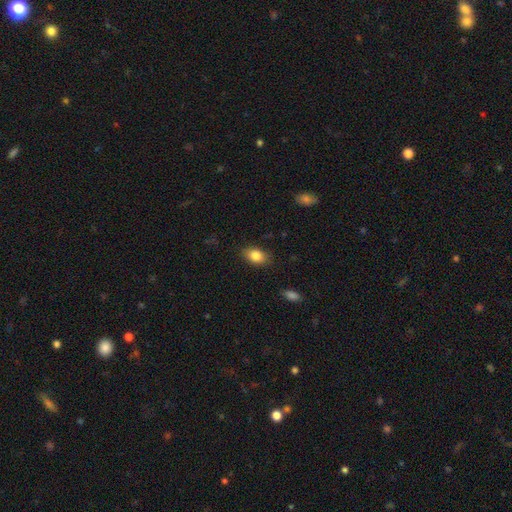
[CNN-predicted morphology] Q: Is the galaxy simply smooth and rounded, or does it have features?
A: smooth — 84%.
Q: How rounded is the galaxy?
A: in between — 84%.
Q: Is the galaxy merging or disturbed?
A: none — 85%.